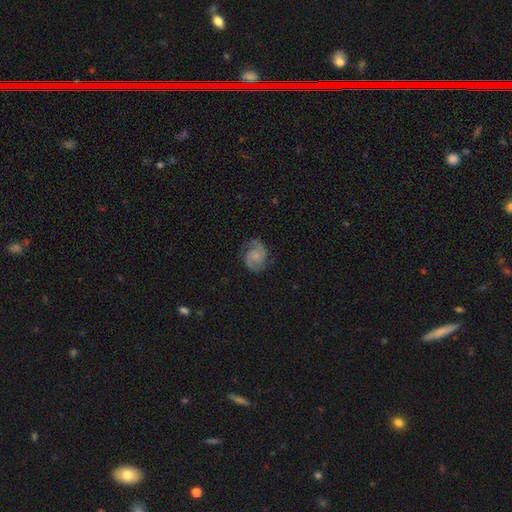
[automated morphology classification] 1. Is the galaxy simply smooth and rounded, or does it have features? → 77% featured or disk, 16% smooth, 7% star or artifact.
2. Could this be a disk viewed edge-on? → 98% no, 2% yes.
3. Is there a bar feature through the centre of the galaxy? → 62% no, 33% weak, 5% strong.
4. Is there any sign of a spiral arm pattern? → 96% yes, 4% no.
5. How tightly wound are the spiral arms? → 54% medium, 27% tight, 19% loose.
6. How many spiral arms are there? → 90% 2, 4% can't tell, 2% 1, 2% 3, 1% 4, 1% more than 4.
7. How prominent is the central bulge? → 46% small, 26% moderate, 23% none, 4% large, 1% dominant.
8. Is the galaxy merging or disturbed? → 76% none, 17% minor disturbance, 6% major disturbance, 1% merger.